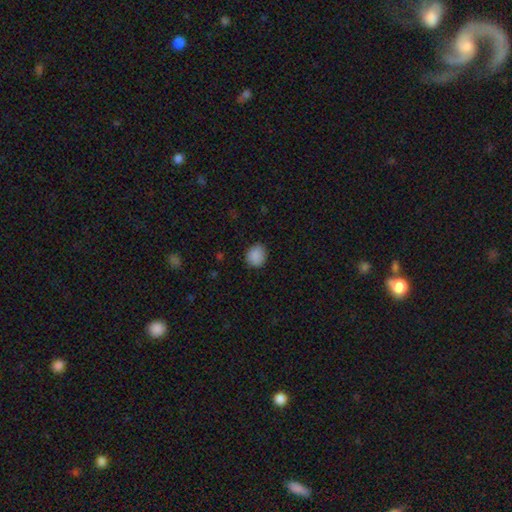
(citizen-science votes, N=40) smooth-or-featured: smooth: 95% | star or artifact: 5% | featured or disk: 0%
  how-rounded: round: 84% | in between: 16% | cigar-shaped: 0%
  merging: none: 76% | minor disturbance: 13% | major disturbance: 8% | merger: 3%